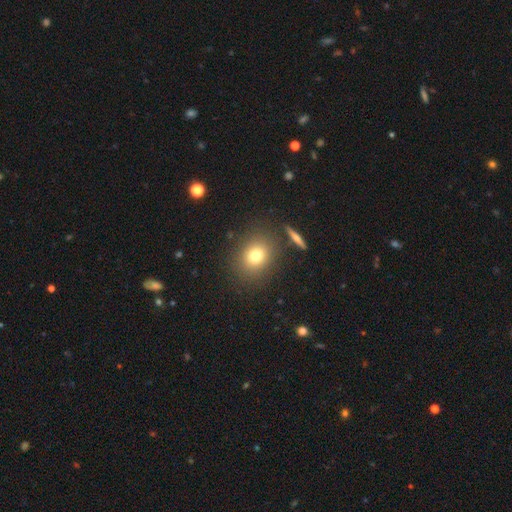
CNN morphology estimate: This is likely a smooth galaxy (75%). How rounded: likely round (68%). Merging: clearly none (84%).